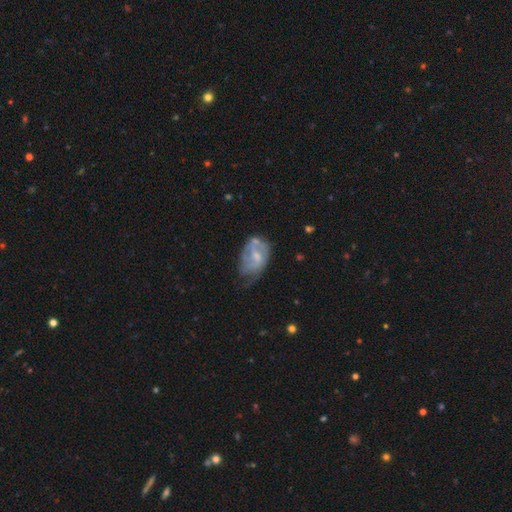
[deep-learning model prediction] smooth-or-featured: featured or disk: 64% | smooth: 29% | star or artifact: 7%
  disk-edge-on: no: 96% | yes: 4%
    bar: no: 48% | weak: 43% | strong: 9%
    has-spiral-arms: yes: 62% | no: 38%
    bulge-size: moderate: 42% (tied) | small: 42% (tied) | none: 12% | large: 3% | dominant: 1%
  merging: none: 35% (tied) | minor disturbance: 35% (tied) | major disturbance: 25% | merger: 5%